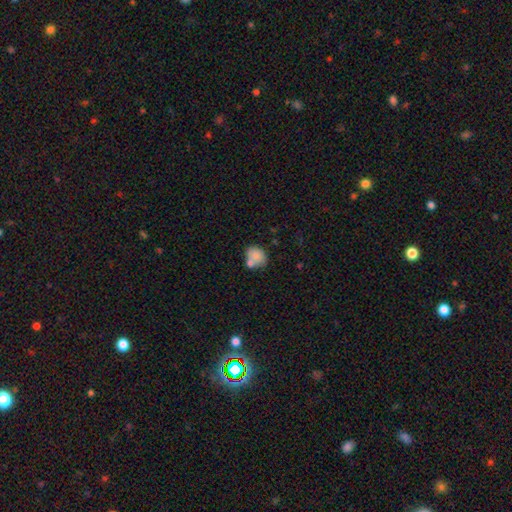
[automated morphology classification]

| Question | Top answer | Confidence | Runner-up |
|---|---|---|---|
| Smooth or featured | smooth | 81% | featured or disk (10%) |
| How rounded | round | 57% | in between (42%) |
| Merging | none | 51% | merger (27%) |